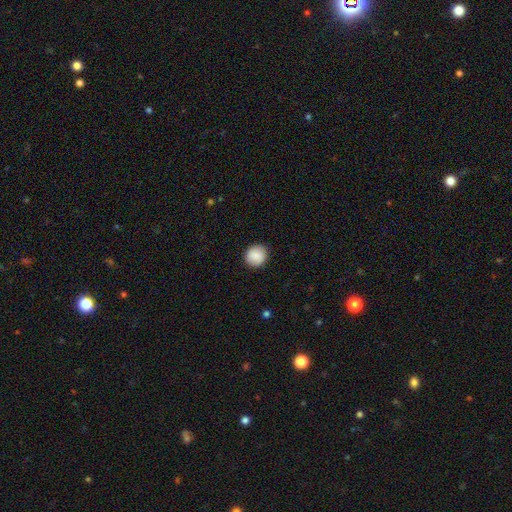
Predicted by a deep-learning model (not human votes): smooth 88%, star or artifact 8%, featured or disk 4%. Down the decision tree: how rounded — round (90%); merging — none (90%).